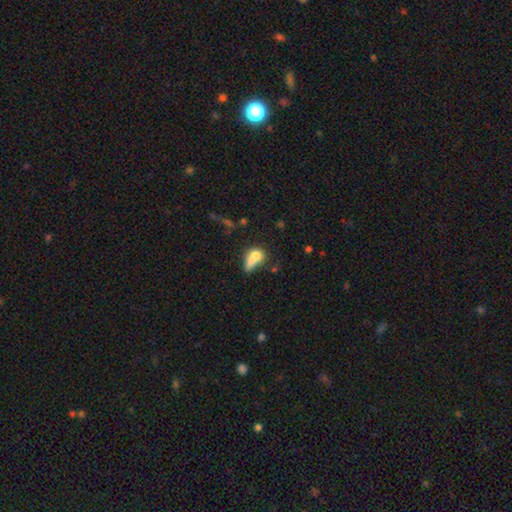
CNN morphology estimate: Overall: smooth (69%). How rounded: in between (64%; round 25%). Merging: merger (28%; none 26%).